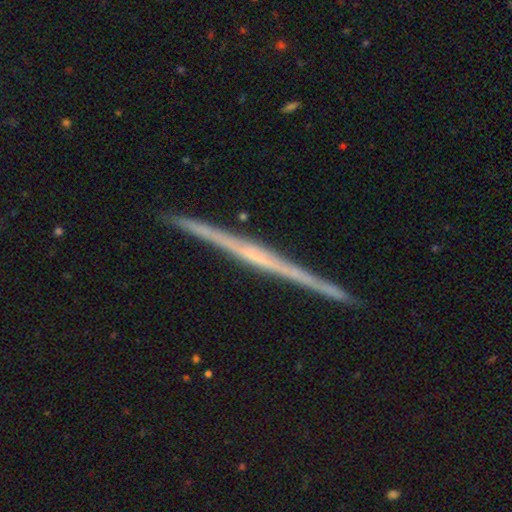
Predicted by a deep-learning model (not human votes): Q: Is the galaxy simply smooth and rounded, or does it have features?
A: featured or disk — 82%.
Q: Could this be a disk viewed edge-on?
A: yes — 99%.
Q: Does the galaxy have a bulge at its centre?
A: none — 55%.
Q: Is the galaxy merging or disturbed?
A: none — 93%.